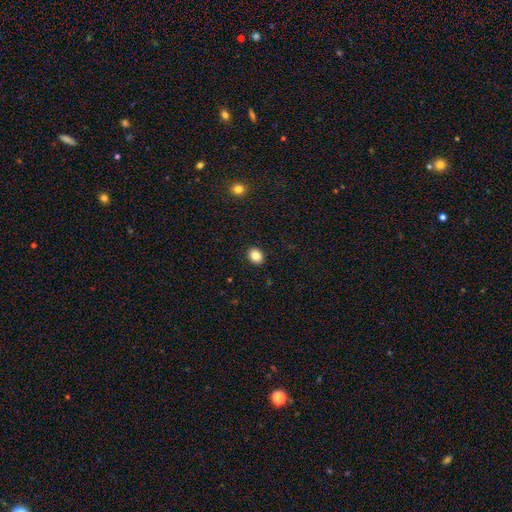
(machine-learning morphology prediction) This is clearly a smooth galaxy (85%). How rounded: possibly round (52%). Merging: clearly none (91%).